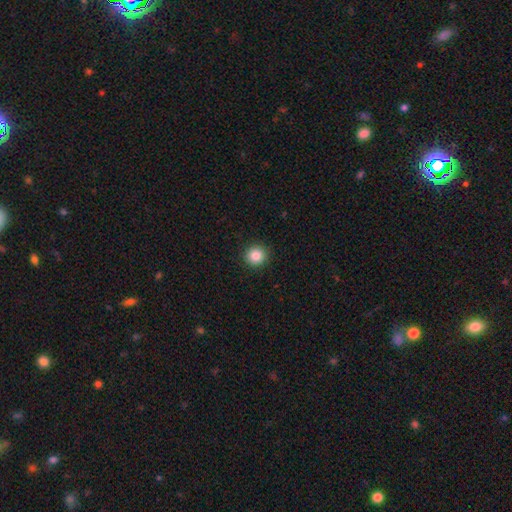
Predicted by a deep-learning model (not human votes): Overall: smooth (86%). How rounded: round (93%). Merging: none (92%).